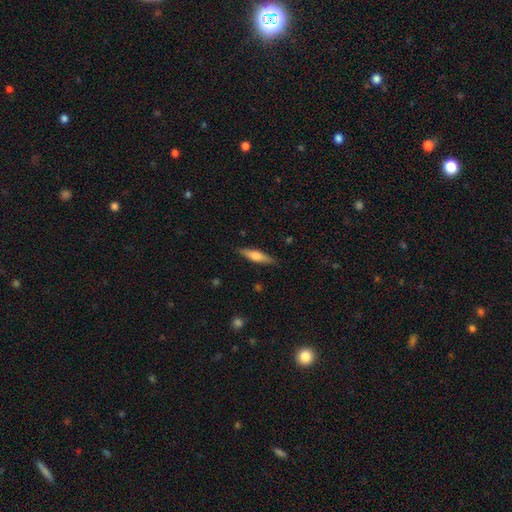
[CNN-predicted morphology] Smooth or featured? smooth (57%)
How rounded? cigar-shaped (70%)
Merging? none (86%)